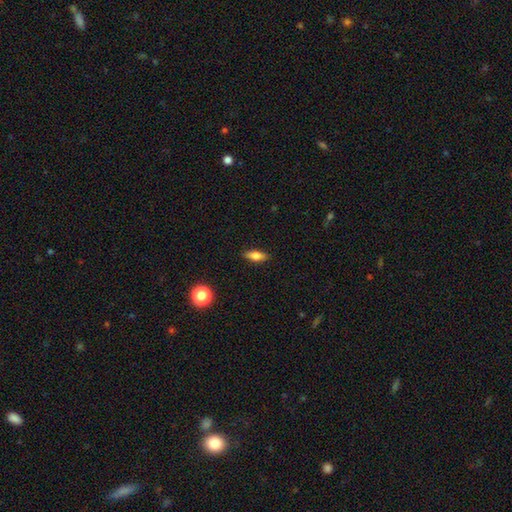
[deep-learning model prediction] Q: Smooth or featured?
A: smooth (77%); runner-up: featured or disk (14%)
Q: How rounded?
A: in between (70%); runner-up: cigar-shaped (26%)
Q: Merging?
A: none (88%); runner-up: minor disturbance (9%)